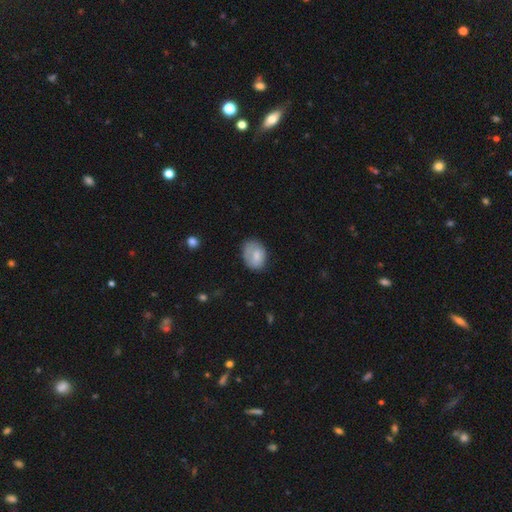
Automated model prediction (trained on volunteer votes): Smooth or featured?
  - smooth: 74% *
  - featured or disk: 18%
  - star or artifact: 7%
How rounded?
  - in between: 70% *
  - round: 29%
  - cigar-shaped: 1%
Merging?
  - none: 59% *
  - minor disturbance: 29%
  - major disturbance: 10%
  - merger: 2%